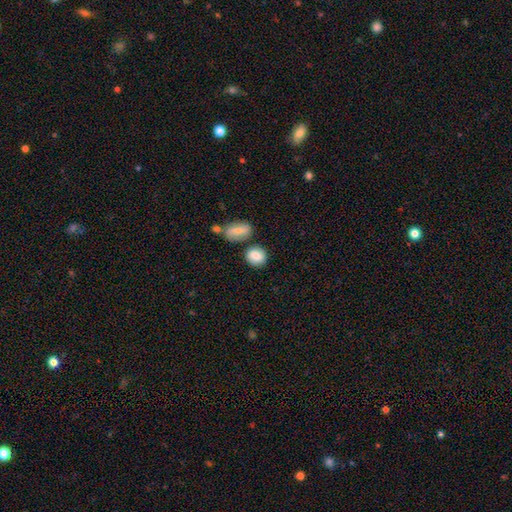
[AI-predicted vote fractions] The model was most divided on "how rounded": round: 68%, in between: 31%, cigar-shaped: 2%. More confident: smooth or featured — smooth (82%); merging — none (69%).